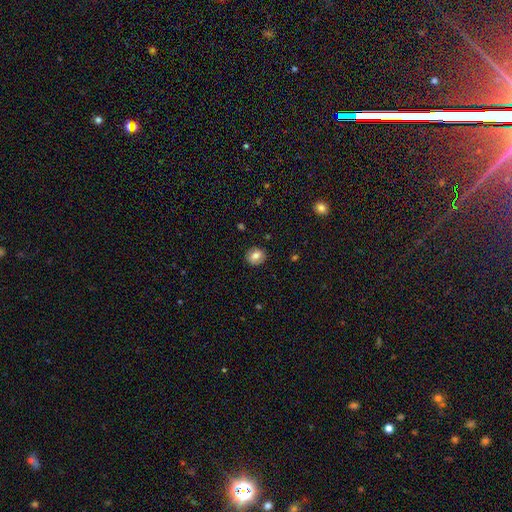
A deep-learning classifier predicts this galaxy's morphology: This is likely a smooth galaxy (70%). How rounded: likely round (71%). Merging: clearly none (87%).